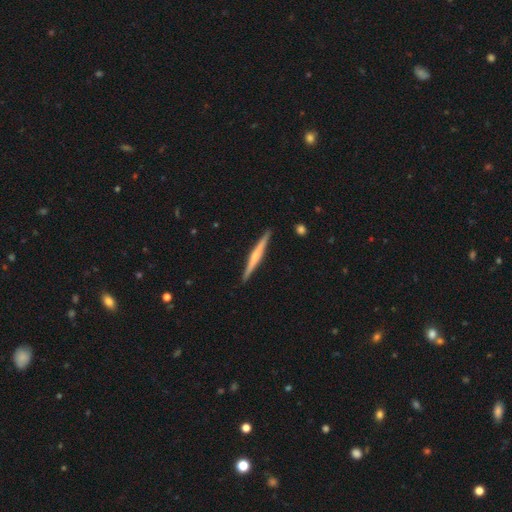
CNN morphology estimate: A featured or disk galaxy (64%) viewed edge-on (98%) with a rounded central bulge (59%). Merging: none (92%).